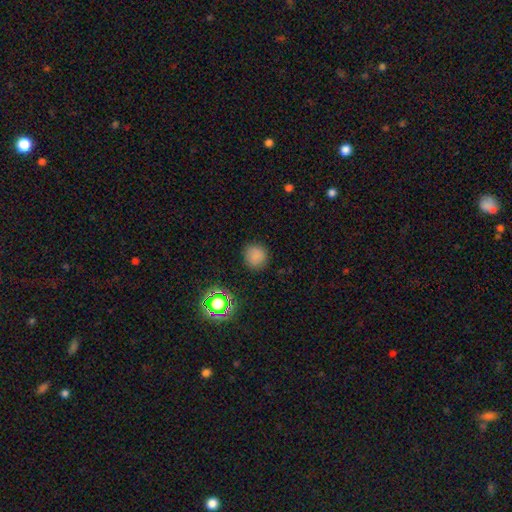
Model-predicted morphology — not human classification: Smooth or featured: smooth — 79% (star or artifact — 16%)
How rounded: round — 90% (in between — 9%)
Merging: none — 87% (minor disturbance — 9%)